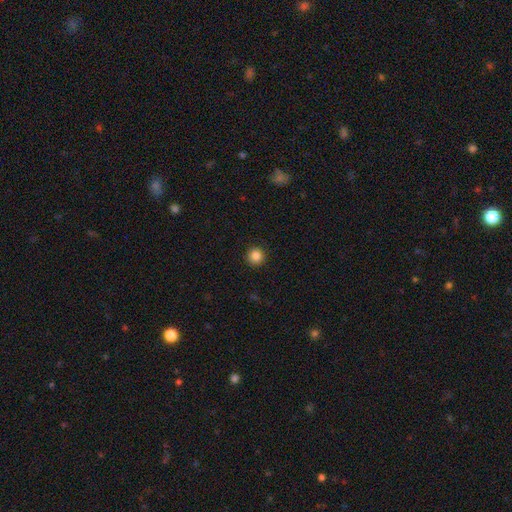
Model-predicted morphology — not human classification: Overall: smooth (86%). How rounded: round (95%). Merging: none (92%).